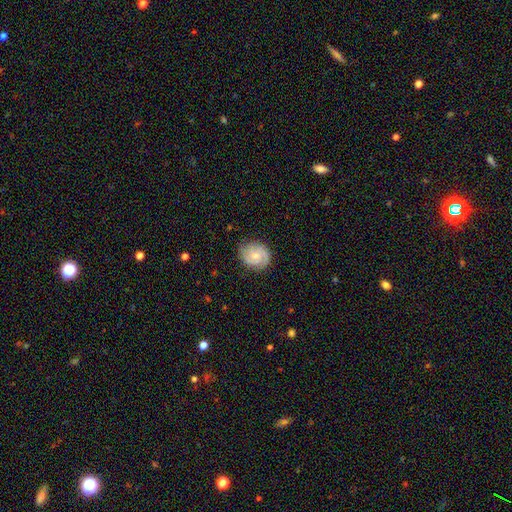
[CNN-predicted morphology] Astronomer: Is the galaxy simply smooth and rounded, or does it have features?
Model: featured or disk — 59% (runner-up: smooth, 34%).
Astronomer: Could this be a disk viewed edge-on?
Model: no — 97%.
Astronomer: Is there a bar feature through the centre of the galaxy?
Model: no — 65%.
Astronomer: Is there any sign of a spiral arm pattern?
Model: yes — 91%.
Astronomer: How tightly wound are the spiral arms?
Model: tight — 51% (runner-up: medium, 38%).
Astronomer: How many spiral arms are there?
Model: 2 — 58%.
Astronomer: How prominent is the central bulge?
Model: small — 53% (runner-up: moderate, 39%).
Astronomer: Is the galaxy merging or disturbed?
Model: none — 77%.